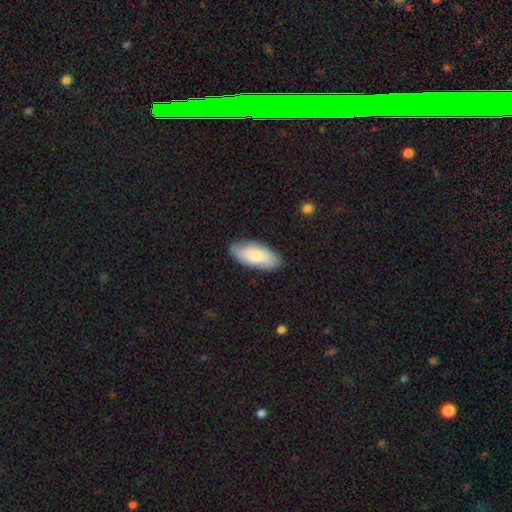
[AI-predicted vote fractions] Morphology: type=smooth (80%); roundness=in between (89%); merging=none (75%).